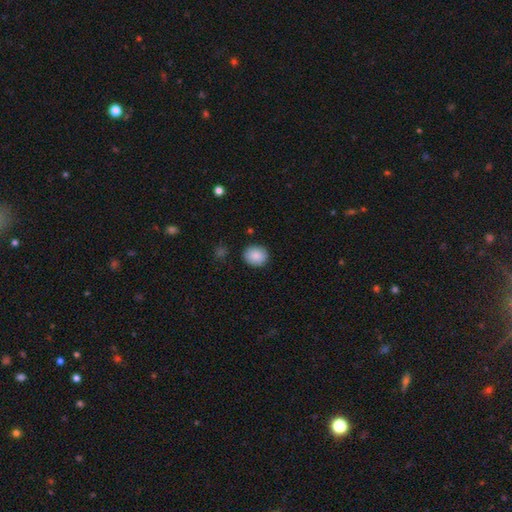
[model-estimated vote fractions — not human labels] smooth_or_featured: smooth (p=0.88) [alt: star or artifact p=0.07]
how_rounded: round (p=0.70) [alt: in between p=0.29]
merging: none (p=0.88) [alt: minor disturbance p=0.08]